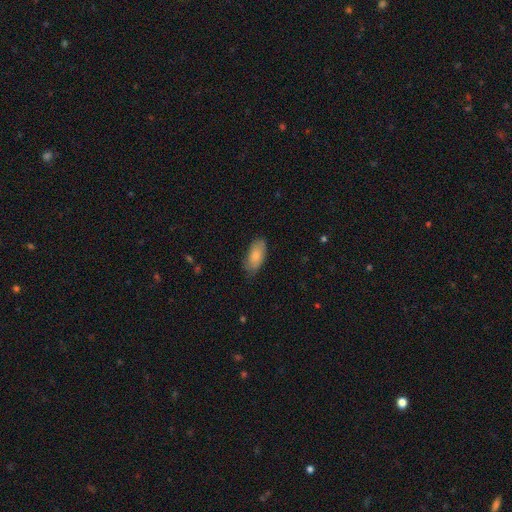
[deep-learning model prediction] Smooth or featured: smooth — 81% (featured or disk — 13%)
How rounded: in between — 89% (cigar-shaped — 9%)
Merging: none — 74% (minor disturbance — 21%)